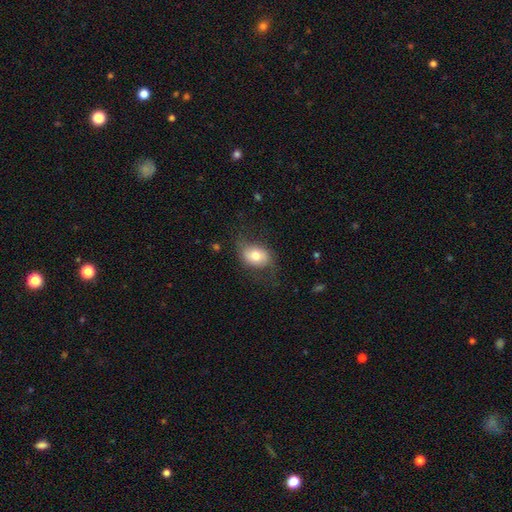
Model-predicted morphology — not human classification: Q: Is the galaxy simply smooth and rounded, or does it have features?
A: smooth — 68%.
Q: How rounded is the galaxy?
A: in between — 75%.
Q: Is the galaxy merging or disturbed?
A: none — 63%.